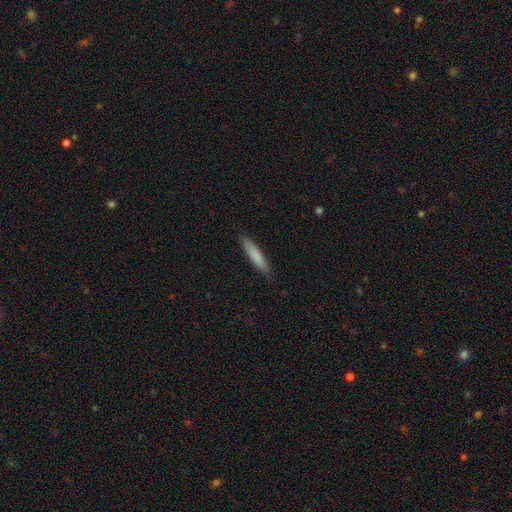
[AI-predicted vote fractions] Smooth or featured? Predicted: smooth (p=0.81). How rounded? Predicted: cigar-shaped (p=0.87). Merging? Predicted: none (p=0.86).